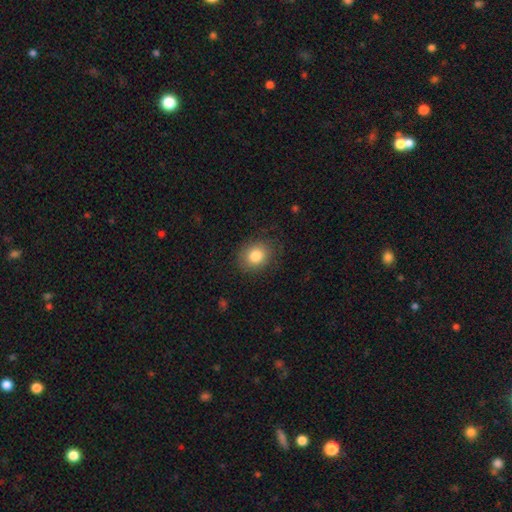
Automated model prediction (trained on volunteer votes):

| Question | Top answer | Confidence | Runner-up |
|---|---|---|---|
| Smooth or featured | smooth | 83% | star or artifact (9%) |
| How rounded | round | 65% | in between (35%) |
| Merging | none | 84% | minor disturbance (11%) |